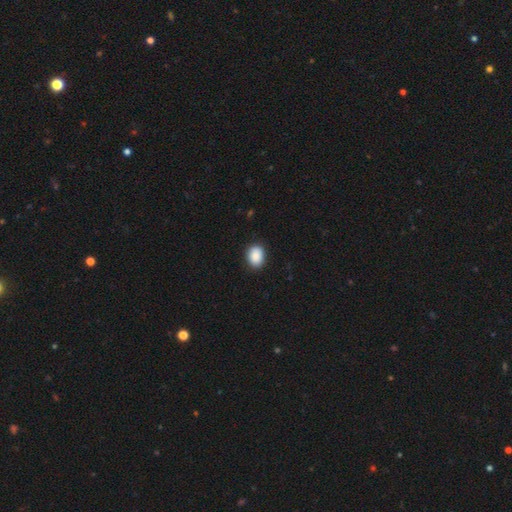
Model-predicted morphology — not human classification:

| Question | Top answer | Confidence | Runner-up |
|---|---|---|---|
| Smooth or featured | smooth | 88% | star or artifact (8%) |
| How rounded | in between | 62% | round (37%) |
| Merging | none | 87% | minor disturbance (10%) |